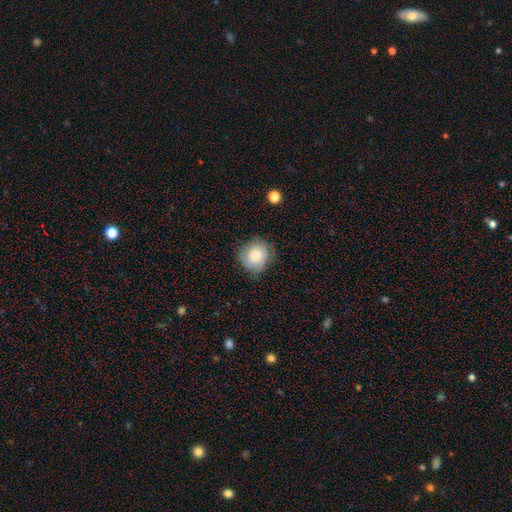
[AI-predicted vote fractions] A smooth galaxy with no disk features (75%) that is round (81%).

Vote fractions:
- Smooth or featured? smooth: 75% / featured or disk: 17% / star or artifact: 8%
- How rounded? round: 81% / in between: 18% / cigar-shaped: 1%
- Merging? none: 69% / minor disturbance: 24% / major disturbance: 6% / merger: 1%